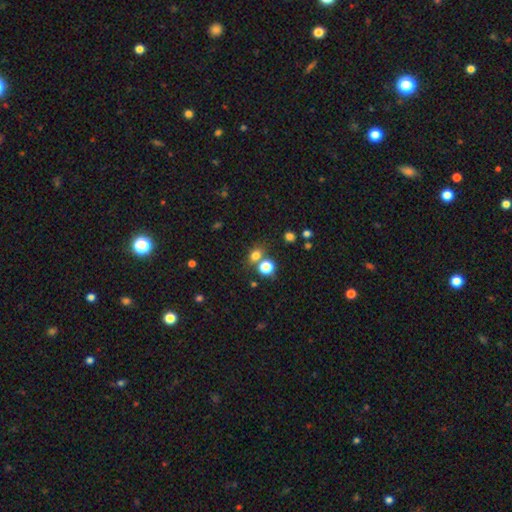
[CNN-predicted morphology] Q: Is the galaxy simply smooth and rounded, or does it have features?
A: smooth — 73%.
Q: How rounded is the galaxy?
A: round — 59%.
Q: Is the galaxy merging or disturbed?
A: none — 65%.